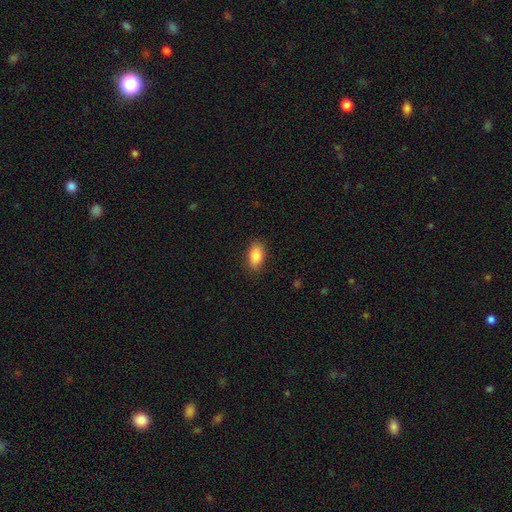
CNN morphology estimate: Overall: smooth (88%). How rounded: in between (91%). Merging: none (86%).